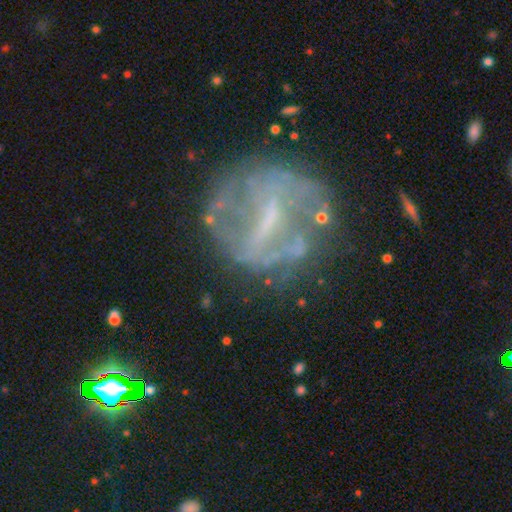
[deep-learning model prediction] smooth_or_featured: featured or disk (p=0.71) [alt: smooth p=0.16]
disk_edge_on: no (p=0.95) [alt: yes p=0.05]
bar: strong (p=0.44) [alt: weak p=0.37]
has_spiral_arms: no (p=0.55) [alt: yes p=0.45]
bulge_size: none (p=0.46) [alt: small p=0.32]
merging: none (p=0.63) [alt: minor disturbance p=0.17]